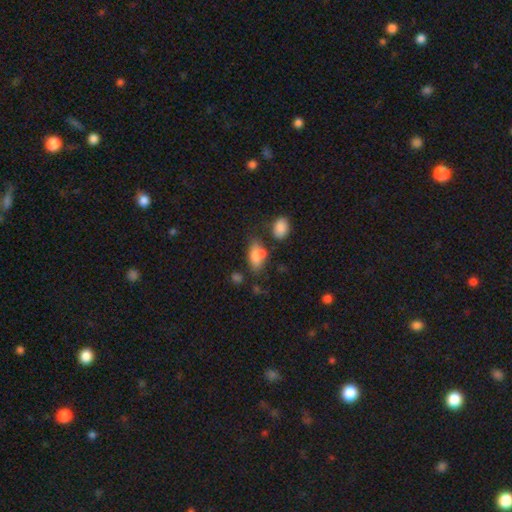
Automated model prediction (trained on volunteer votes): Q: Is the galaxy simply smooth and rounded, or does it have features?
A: smooth — 77%.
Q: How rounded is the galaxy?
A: in between — 87%.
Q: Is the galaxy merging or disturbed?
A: none — 47%.